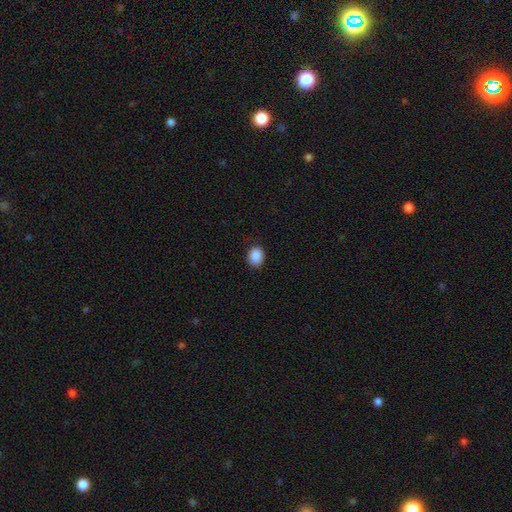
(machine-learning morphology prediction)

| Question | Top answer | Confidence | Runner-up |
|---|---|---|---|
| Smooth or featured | smooth | 89% | star or artifact (8%) |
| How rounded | round | 54% | in between (46%) |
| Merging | none | 87% | minor disturbance (10%) |